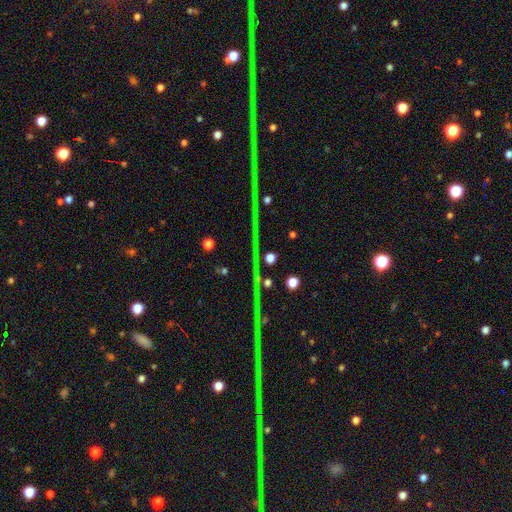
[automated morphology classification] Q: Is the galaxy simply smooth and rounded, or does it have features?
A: star or artifact — 86%.